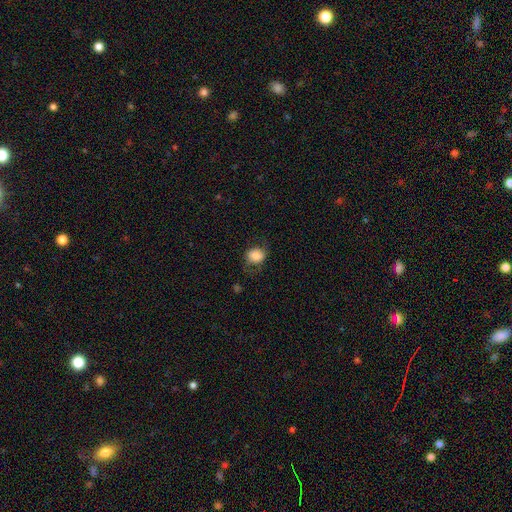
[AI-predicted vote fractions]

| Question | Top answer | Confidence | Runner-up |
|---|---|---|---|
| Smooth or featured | smooth | 81% | featured or disk (10%) |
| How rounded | round | 57% | in between (42%) |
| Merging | none | 62% | minor disturbance (24%) |